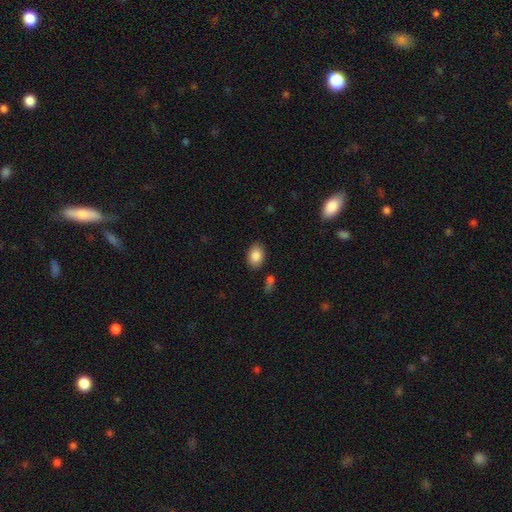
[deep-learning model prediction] smooth-or-featured: smooth: 87% | star or artifact: 7% | featured or disk: 6%
  how-rounded: in between: 82% | round: 17% | cigar-shaped: 1%
  merging: none: 84% | minor disturbance: 11% | merger: 3% | major disturbance: 3%